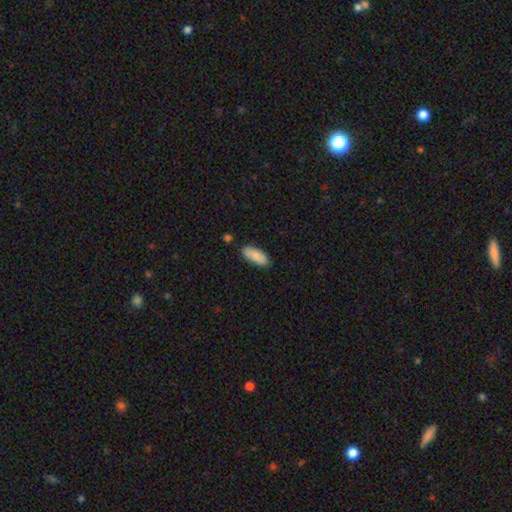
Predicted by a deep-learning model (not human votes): A smooth galaxy with no disk features (86%) that is in between round and cigar-shaped (76%). Merging: none (83%).